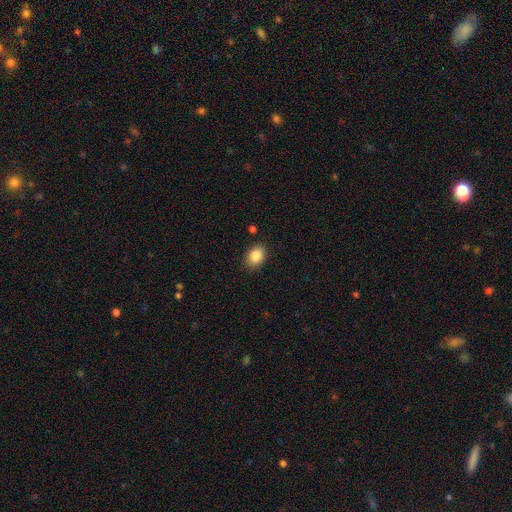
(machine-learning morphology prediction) Smooth or featured: smooth — 86% (star or artifact — 8%)
How rounded: in between — 72% (round — 27%)
Merging: none — 86% (minor disturbance — 10%)